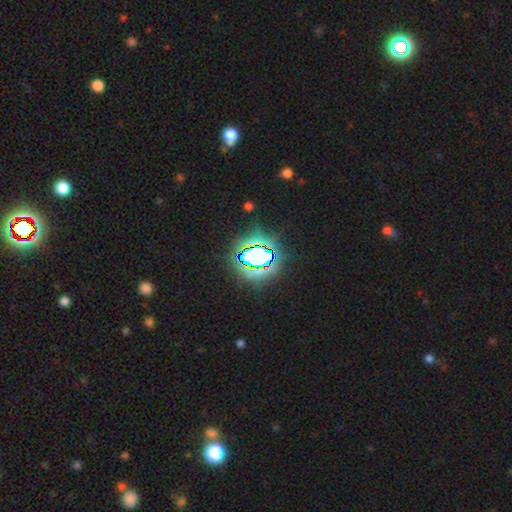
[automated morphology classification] Q: Smooth or featured?
A: star or artifact (68%); runner-up: smooth (20%)